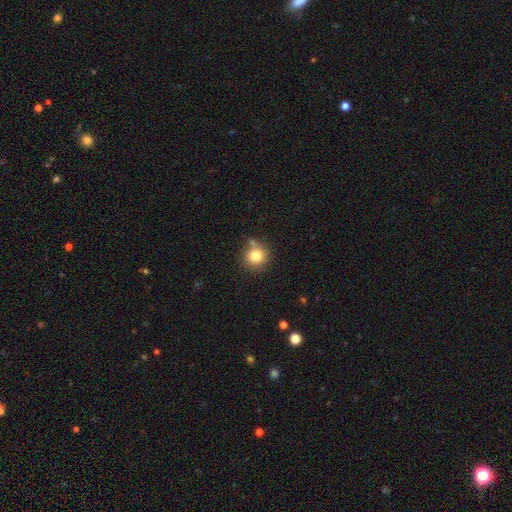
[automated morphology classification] smooth-or-featured: smooth: 79% | star or artifact: 12% | featured or disk: 9%
  how-rounded: round: 91% | in between: 8% | cigar-shaped: 1%
  merging: none: 72% | minor disturbance: 14% | merger: 10% | major disturbance: 4%